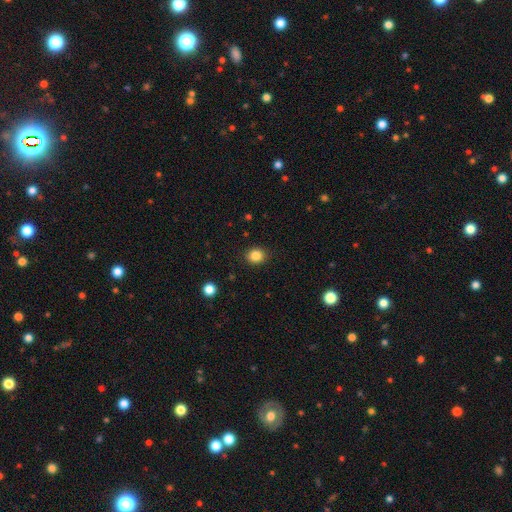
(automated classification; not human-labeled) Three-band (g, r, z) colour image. It shows a smooth galaxy with no disk features (85%) that is round (76%). Merging: none (90%).